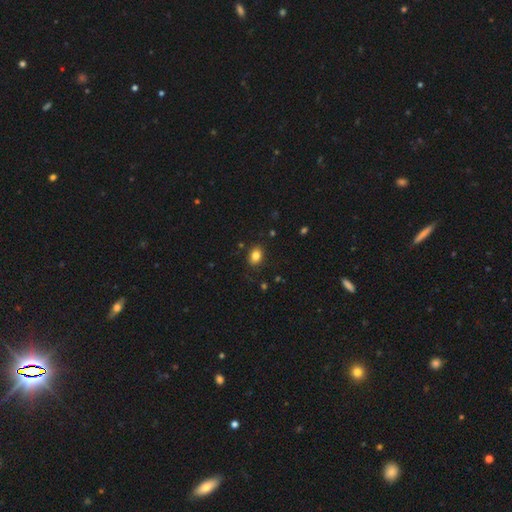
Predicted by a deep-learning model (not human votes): Overall: smooth (83%). How rounded: in between (72%). Merging: none (86%).